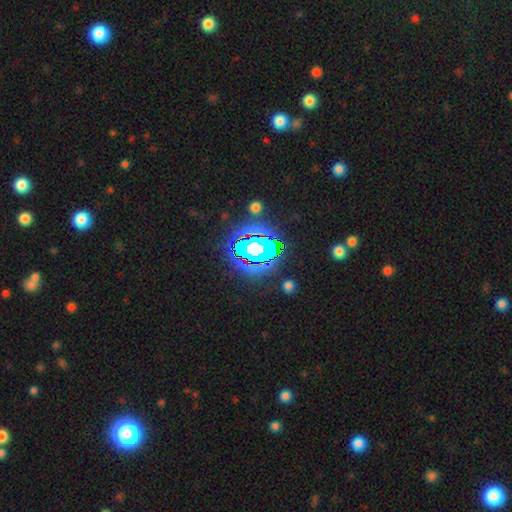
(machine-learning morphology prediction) A star or artifact, not a galaxy (80%).